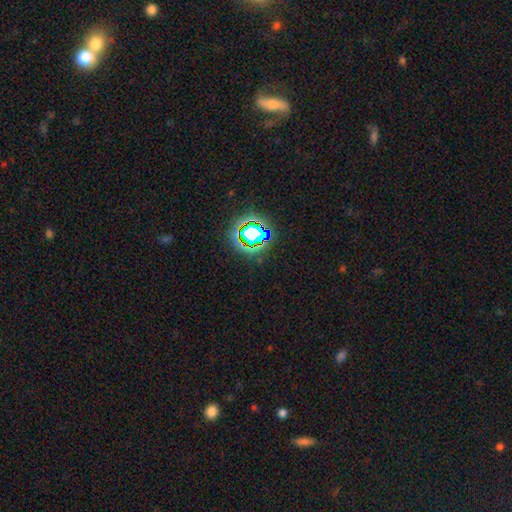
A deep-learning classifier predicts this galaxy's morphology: smooth_or_featured: star or artifact (p=0.76) [alt: smooth p=0.15]